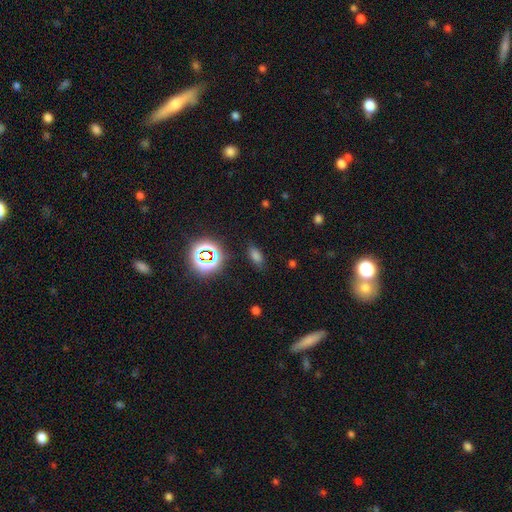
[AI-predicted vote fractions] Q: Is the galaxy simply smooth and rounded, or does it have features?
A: smooth — 67%.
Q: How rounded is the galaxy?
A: in between — 82%.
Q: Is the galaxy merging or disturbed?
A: none — 83%.